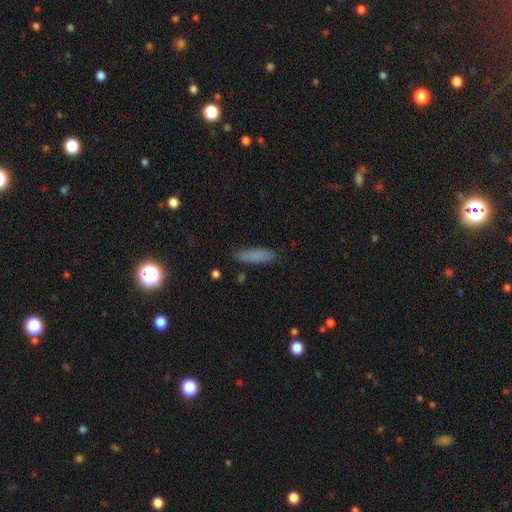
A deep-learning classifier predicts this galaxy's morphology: smooth-or-featured: smooth: 81% | star or artifact: 10% | featured or disk: 10%
  how-rounded: cigar-shaped: 70% | in between: 28% | round: 2%
  merging: none: 81% | minor disturbance: 14% | major disturbance: 3% | merger: 2%